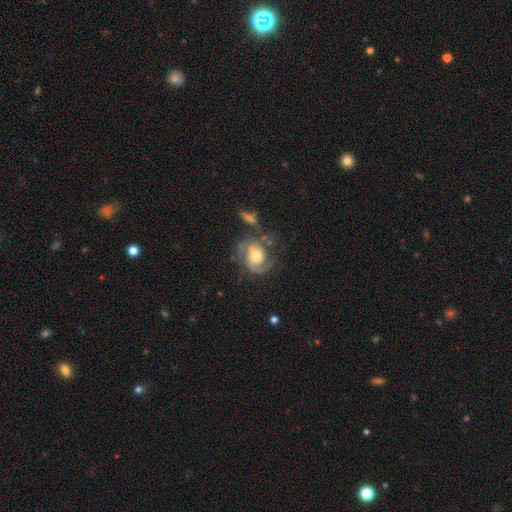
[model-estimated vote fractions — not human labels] Q: Smooth or featured?
A: featured or disk (85%); runner-up: smooth (10%)
Q: Edge-on disk?
A: no (98%); runner-up: yes (2%)
Q: Bar?
A: no (68%); runner-up: weak (26%)
Q: Spiral arms?
A: yes (96%); runner-up: no (4%)
Q: Spiral winding?
A: medium (44%); runner-up: tight (43%)
Q: Spiral arm count?
A: 2 (73%); runner-up: can't tell (8%)
Q: Bulge size?
A: moderate (62%); runner-up: small (20%)
Q: Merging?
A: none (57%); runner-up: minor disturbance (20%)